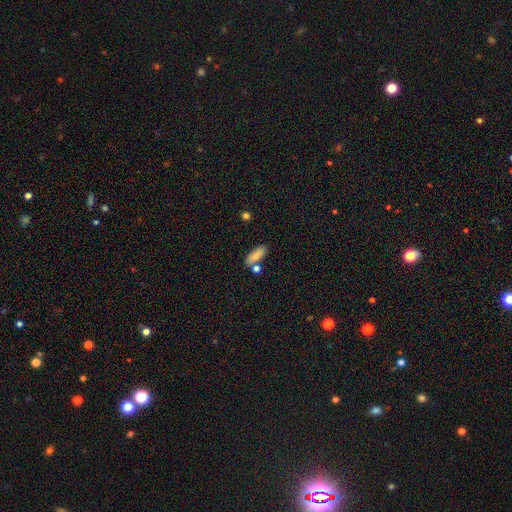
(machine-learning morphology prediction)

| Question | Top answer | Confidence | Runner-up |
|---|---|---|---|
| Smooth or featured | smooth | 84% | featured or disk (8%) |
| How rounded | in between | 68% | cigar-shaped (29%) |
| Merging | none | 70% | merger (13%) |